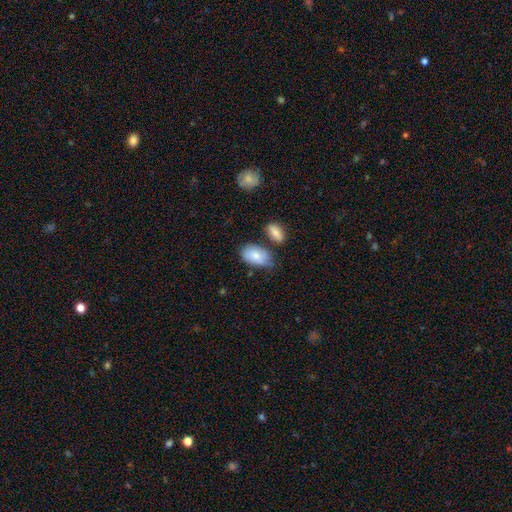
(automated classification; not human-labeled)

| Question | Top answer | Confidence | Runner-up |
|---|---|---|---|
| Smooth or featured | smooth | 79% | featured or disk (14%) |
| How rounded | in between | 92% | round (6%) |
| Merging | none | 55% | minor disturbance (27%) |